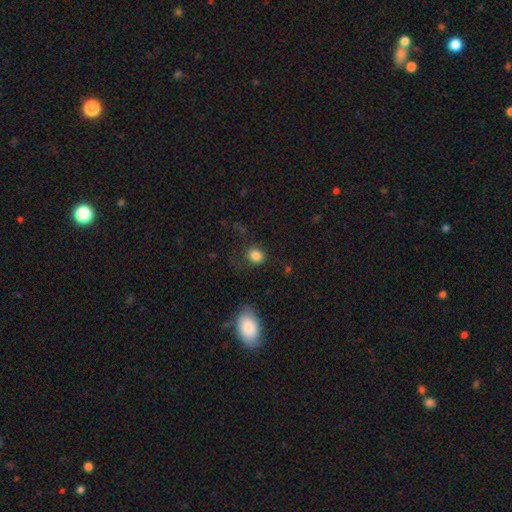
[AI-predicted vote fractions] Overall: smooth (84%). How rounded: round (60%; in between 39%). Merging: none (74%).